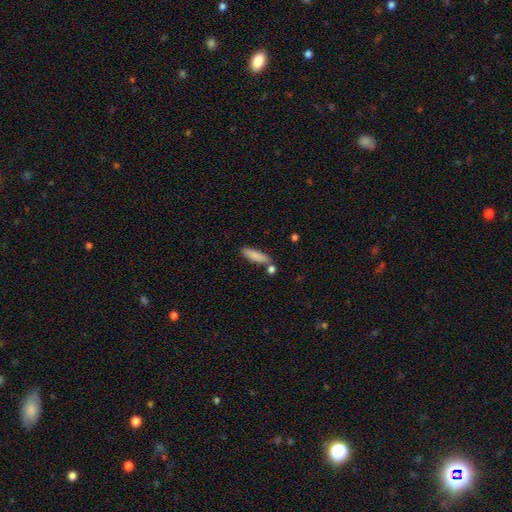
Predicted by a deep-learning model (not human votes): This is clearly a smooth galaxy (85%). How rounded: likely cigar-shaped (62%). Merging: likely none (71%).